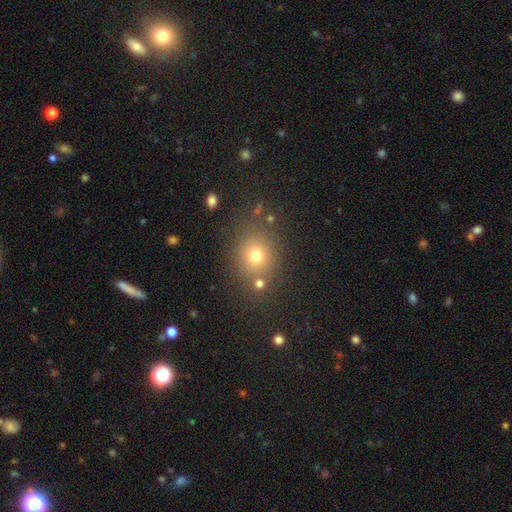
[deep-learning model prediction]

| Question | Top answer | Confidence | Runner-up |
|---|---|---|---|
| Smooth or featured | smooth | 71% | star or artifact (19%) |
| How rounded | round | 75% | in between (24%) |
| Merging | none | 75% | minor disturbance (11%) |